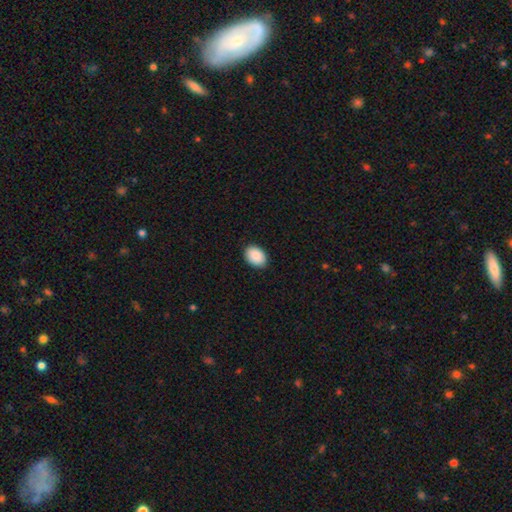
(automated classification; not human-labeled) Q: Smooth or featured?
A: smooth (91%); runner-up: star or artifact (6%)
Q: How rounded?
A: in between (80%); runner-up: round (19%)
Q: Merging?
A: none (89%); runner-up: minor disturbance (8%)